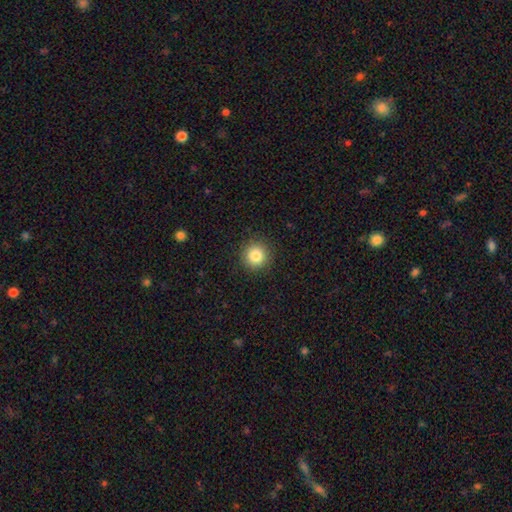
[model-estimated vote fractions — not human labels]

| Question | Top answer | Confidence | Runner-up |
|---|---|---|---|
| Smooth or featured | smooth | 84% | star or artifact (11%) |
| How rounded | round | 95% | in between (5%) |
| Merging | none | 91% | minor disturbance (6%) |